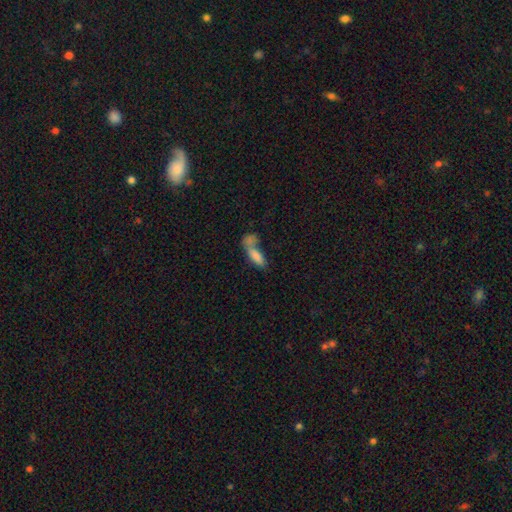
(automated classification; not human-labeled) A smooth galaxy with no disk features (78%) that is in between round and cigar-shaped (64%).

Vote fractions:
- Smooth or featured? smooth: 78% / featured or disk: 13% / star or artifact: 9%
- How rounded? in between: 64% / cigar-shaped: 33% / round: 3%
- Merging? merger: 53% / none: 27% / minor disturbance: 11% / major disturbance: 9%